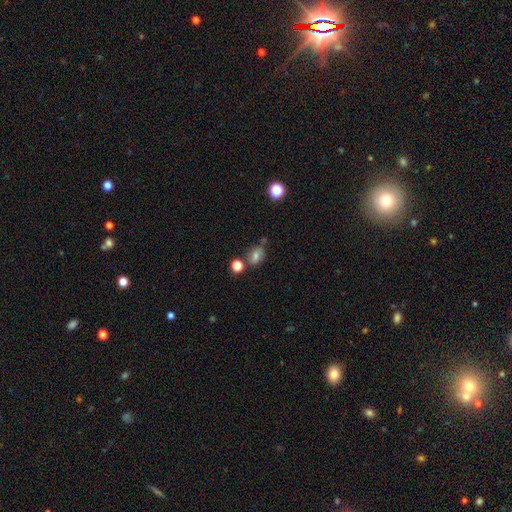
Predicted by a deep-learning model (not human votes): smooth_or_featured: smooth (p=0.64) [alt: featured or disk p=0.21]
how_rounded: in between (p=0.56) [alt: round p=0.43]
merging: none (p=0.64) [alt: minor disturbance p=0.17]